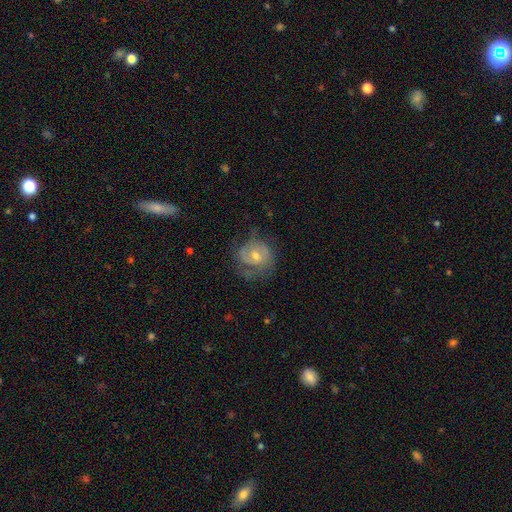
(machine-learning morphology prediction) Smooth or featured? featured or disk (73%)
Edge-on disk? no (97%)
Bar? no (63%)
Spiral arms? yes (87%)
Spiral winding? tight (53%)
Spiral arm count? 2 (49%)
Bulge size? moderate (55%)
Merging? none (62%)